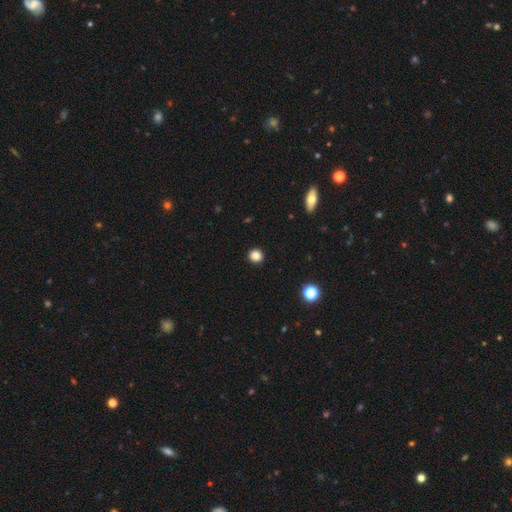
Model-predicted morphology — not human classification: type=smooth (86%); roundness=round (89%); merging=none (92%).